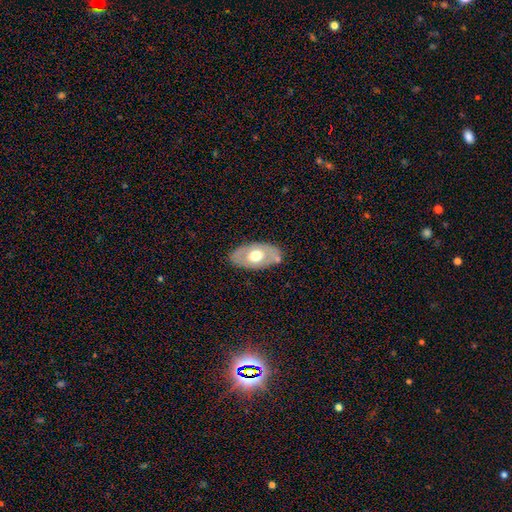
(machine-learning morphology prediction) type=smooth (49%); merging=none (80%).